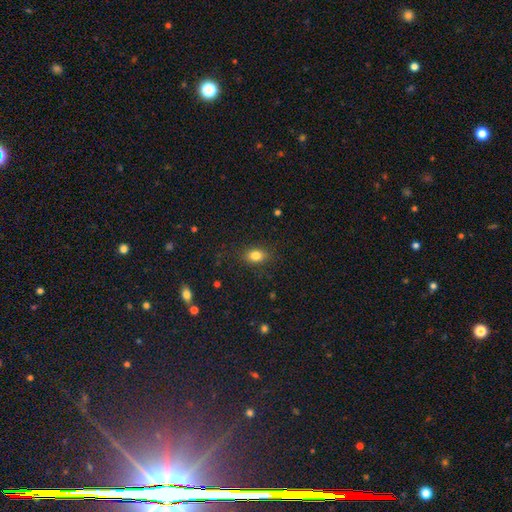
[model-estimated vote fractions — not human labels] smooth_or_featured: smooth (p=0.83) [alt: star or artifact p=0.10]
how_rounded: in between (p=0.76) [alt: round p=0.21]
merging: none (p=0.85) [alt: minor disturbance p=0.10]